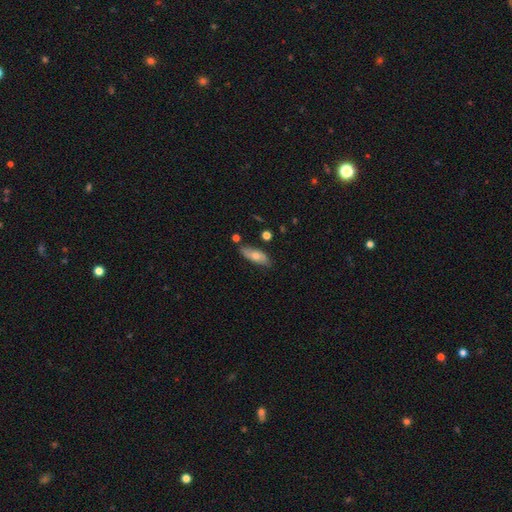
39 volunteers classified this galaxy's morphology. This appears to be a smooth galaxy with no disk features (64%) that is in between round and cigar-shaped (80%). Merging: none (78%).